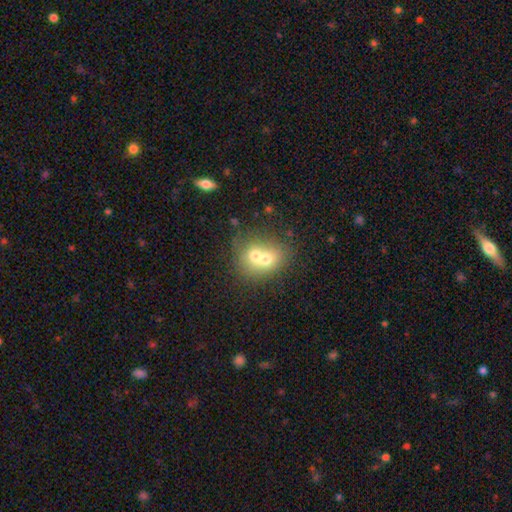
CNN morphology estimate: Smooth or featured? smooth (64%)
How rounded? round (65%)
Merging? merger (71%)